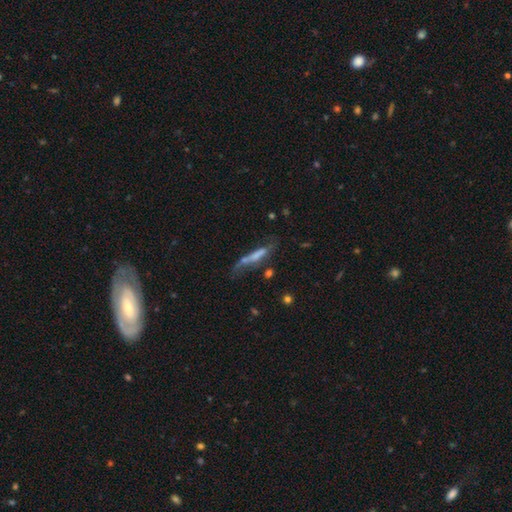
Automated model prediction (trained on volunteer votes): smooth-or-featured: smooth: 46% | featured or disk: 43% | star or artifact: 11%
  merging: none: 36% | major disturbance: 28% | minor disturbance: 25% | merger: 11%